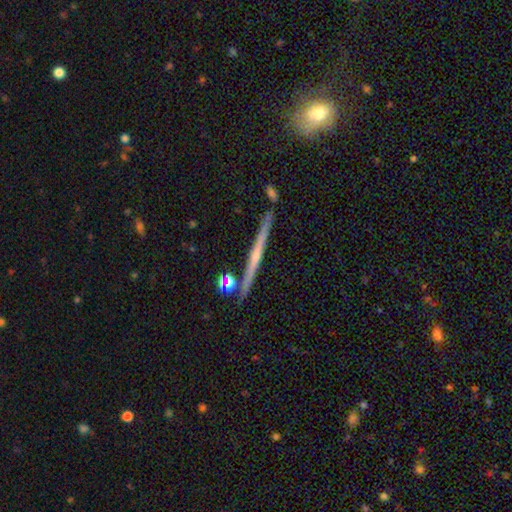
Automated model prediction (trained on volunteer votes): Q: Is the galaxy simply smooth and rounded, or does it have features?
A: featured or disk — 77%.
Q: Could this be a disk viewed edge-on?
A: yes — 98%.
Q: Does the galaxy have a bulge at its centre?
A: rounded — 58%.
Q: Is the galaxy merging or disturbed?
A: none — 89%.